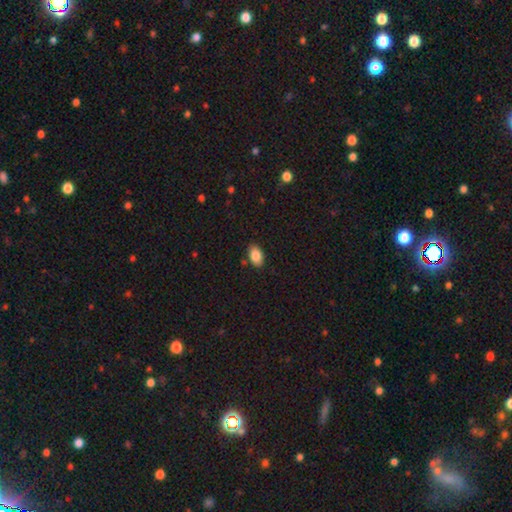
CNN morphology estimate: A smooth galaxy with no disk features (86%) that is in between round and cigar-shaped (92%).

Vote fractions:
- Smooth or featured? smooth: 86% / star or artifact: 7% / featured or disk: 6%
- How rounded? in between: 92% / round: 6% / cigar-shaped: 2%
- Merging? none: 85% / minor disturbance: 11% / merger: 2% / major disturbance: 2%